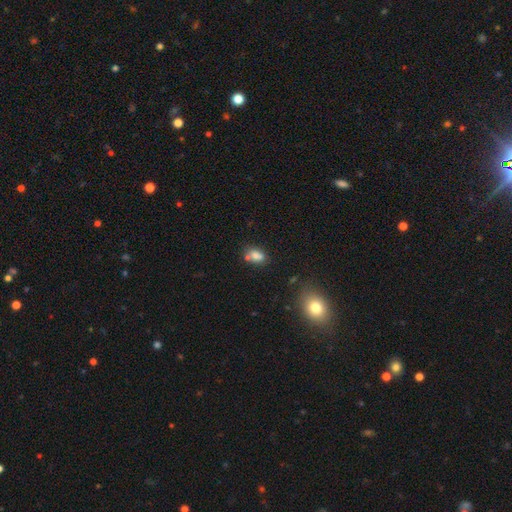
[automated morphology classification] A smooth galaxy with no disk features (75%) that is in between round and cigar-shaped (75%). Merging: none (50%).